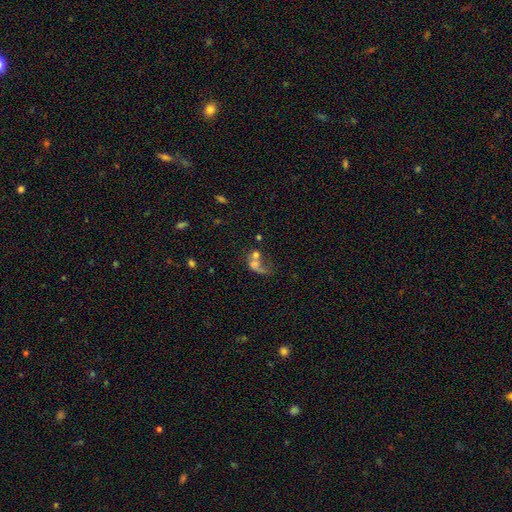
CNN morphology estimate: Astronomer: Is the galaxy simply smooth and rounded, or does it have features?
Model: smooth — 51% (runner-up: featured or disk, 33%).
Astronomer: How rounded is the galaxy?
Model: in between — 59% (runner-up: round, 38%).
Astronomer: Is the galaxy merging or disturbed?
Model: merger — 52%.